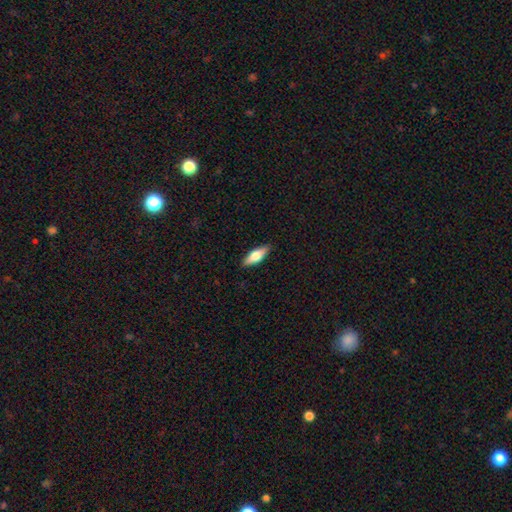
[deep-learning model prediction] smooth-or-featured: smooth: 56% | featured or disk: 38% | star or artifact: 6%
  how-rounded: in between: 59% | cigar-shaped: 39% | round: 3%
  merging: none: 89% | minor disturbance: 8% | major disturbance: 2% | merger: 1%